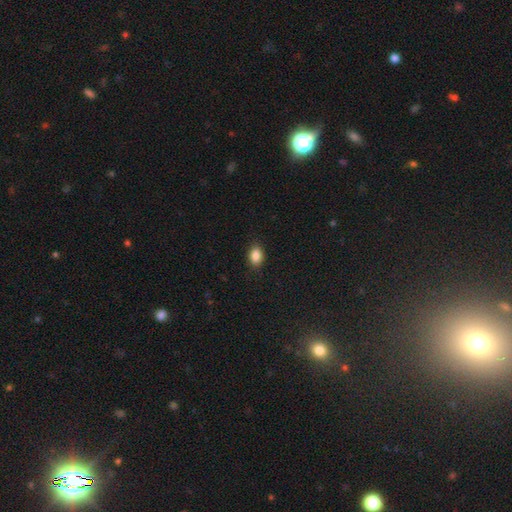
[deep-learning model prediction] The model was most divided on "how rounded": in between: 77%, round: 21%, cigar-shaped: 1%. More confident: merging — none (87%); smooth or featured — smooth (86%).